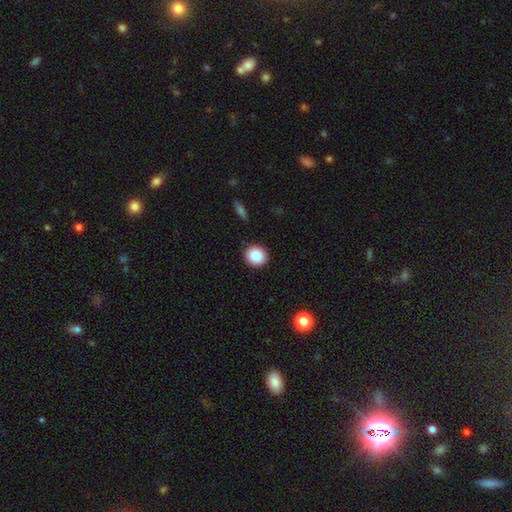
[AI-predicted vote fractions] Morphology: type=smooth (88%); roundness=round (88%); merging=none (90%).